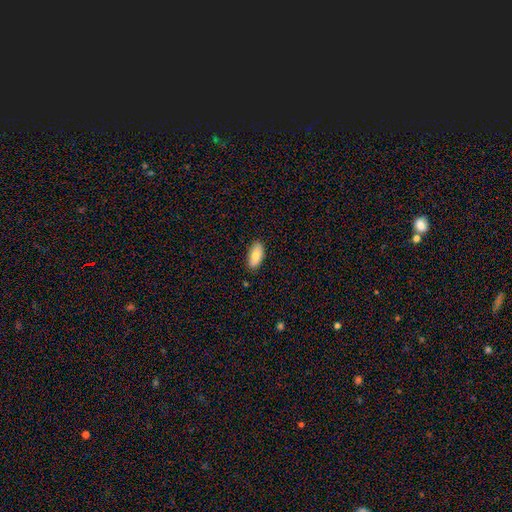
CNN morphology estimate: smooth-or-featured: smooth: 80% | featured or disk: 14% | star or artifact: 6%
  how-rounded: in between: 91% | cigar-shaped: 7% | round: 2%
  merging: none: 86% | minor disturbance: 11% | major disturbance: 2% | merger: 1%